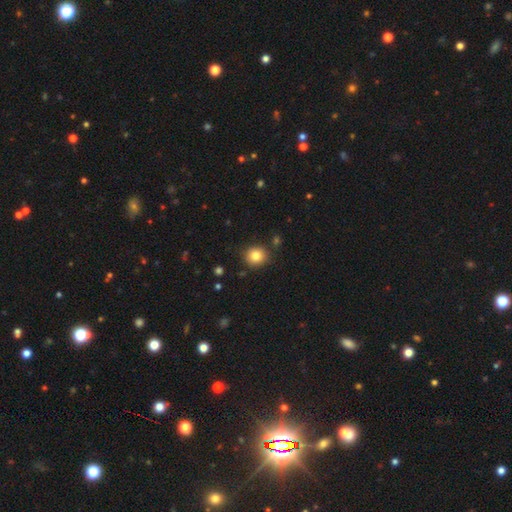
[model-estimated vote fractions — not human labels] This is clearly a smooth galaxy (83%). How rounded: clearly round (86%). Merging: clearly none (87%).